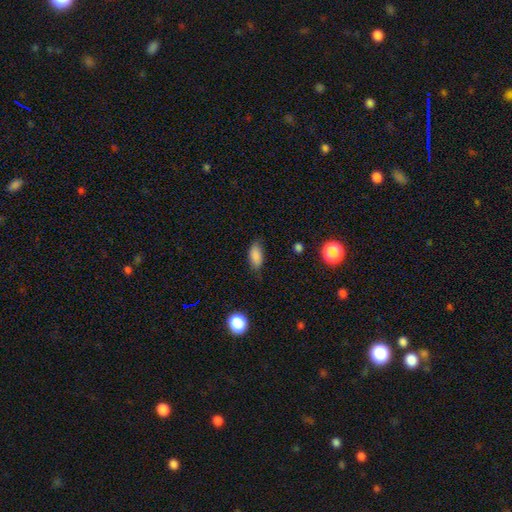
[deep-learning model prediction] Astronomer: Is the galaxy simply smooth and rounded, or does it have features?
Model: smooth — 86%.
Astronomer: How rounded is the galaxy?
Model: in between — 88%.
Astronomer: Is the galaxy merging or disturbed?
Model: none — 76%.